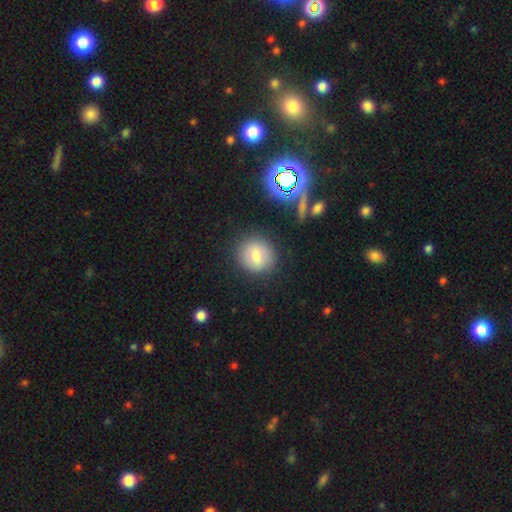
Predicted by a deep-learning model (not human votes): A smooth galaxy with no disk features (73%) that is round (86%).

Vote fractions:
- Smooth or featured? smooth: 73% / featured or disk: 16% / star or artifact: 12%
- How rounded? round: 86% / in between: 13% / cigar-shaped: 1%
- Merging? none: 86% / minor disturbance: 9% / major disturbance: 3% / merger: 2%